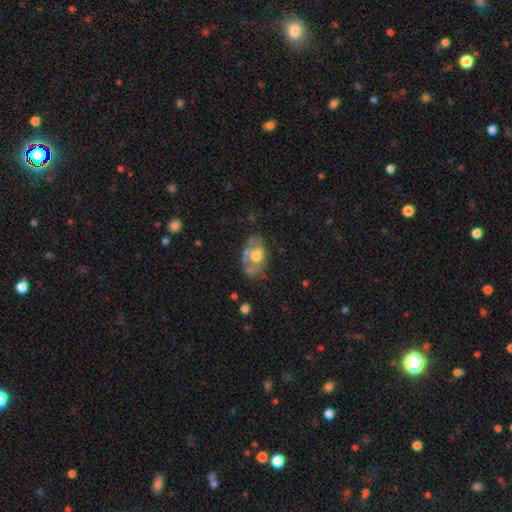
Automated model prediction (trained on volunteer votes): A featured or disk galaxy (55%) with no bar (84%), no spiral arms (72%) and a moderate central bulge (63%).

Vote fractions:
- Smooth or featured? featured or disk: 55% / smooth: 37% / star or artifact: 8%
- Edge-on disk? no: 94% / yes: 6%
- Bar? no: 84% / weak: 13% / strong: 3%
- Spiral arms? no: 72% / yes: 28%
- Bulge size? moderate: 63% / large: 26% / small: 8% / none: 2% / dominant: 2%
- Merging? none: 49% / minor disturbance: 28% / major disturbance: 15% / merger: 8%